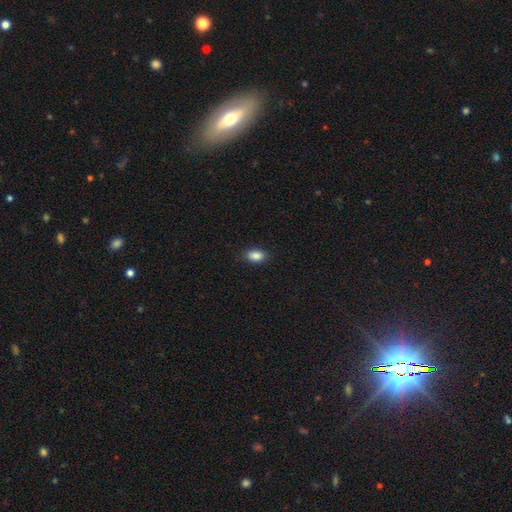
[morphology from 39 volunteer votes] Smooth or featured? 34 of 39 (87%) said smooth. How rounded? 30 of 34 (88%) said in between. Merging? 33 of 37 (89%) said none.